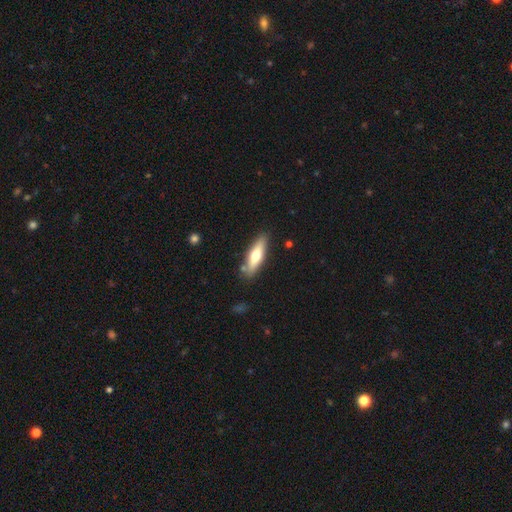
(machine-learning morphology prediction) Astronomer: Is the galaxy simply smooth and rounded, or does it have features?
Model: smooth — 57% (runner-up: featured or disk, 38%).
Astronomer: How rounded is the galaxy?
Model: cigar-shaped — 63%.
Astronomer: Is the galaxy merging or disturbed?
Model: none — 83%.